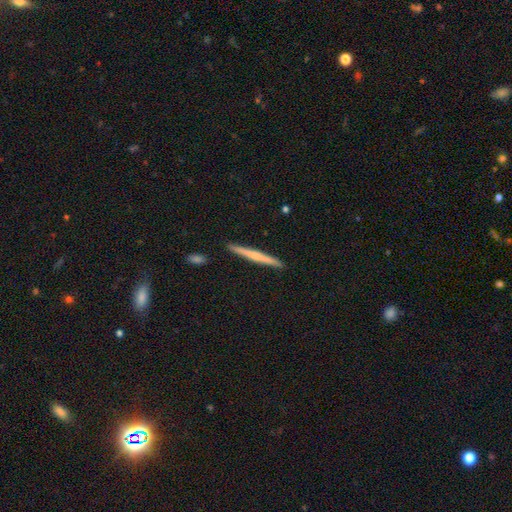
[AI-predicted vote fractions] featured or disk 48%, smooth 47%, star or artifact 6%. Down the decision tree: merging — none (92%).